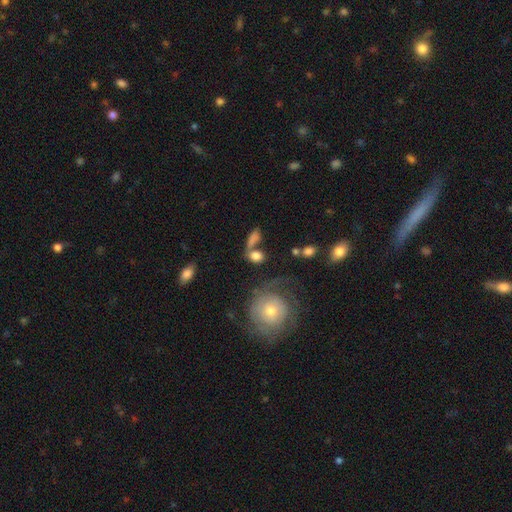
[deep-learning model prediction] smooth_or_featured: smooth (p=0.73) [alt: featured or disk p=0.16]
how_rounded: in between (p=0.64) [alt: round p=0.30]
merging: none (p=0.41) [alt: merger p=0.34]